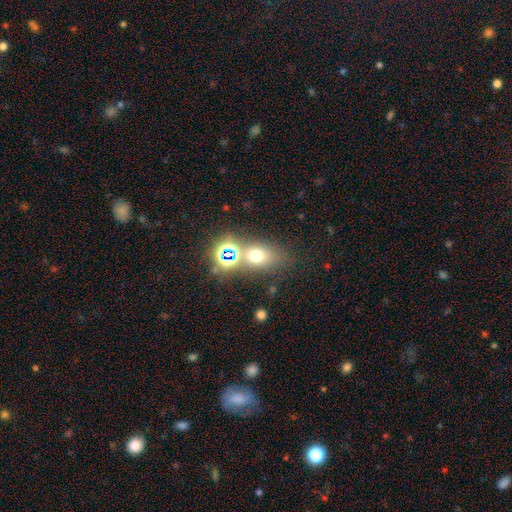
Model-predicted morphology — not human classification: The model was most divided on "how rounded": in between: 56%, round: 42%, cigar-shaped: 2%. More confident: merging — none (64%); smooth or featured — smooth (60%).